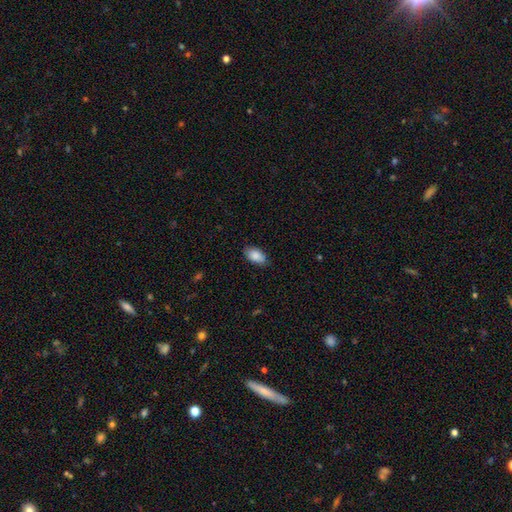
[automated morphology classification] Smooth or featured? Predicted: smooth (p=0.88). How rounded? Predicted: in between (p=0.94). Merging? Predicted: none (p=0.82).